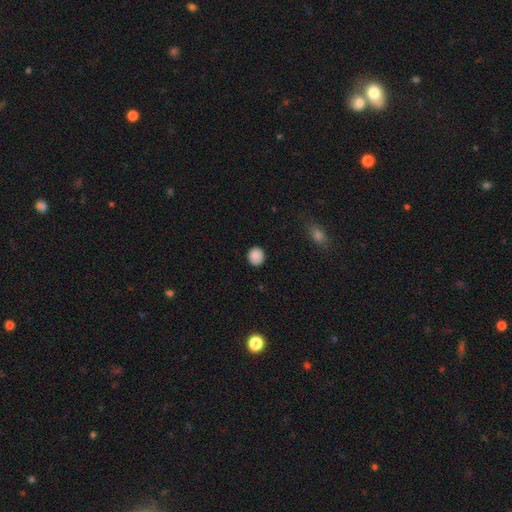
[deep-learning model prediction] Smooth or featured: smooth — 88% (star or artifact — 8%)
How rounded: round — 84% (in between — 15%)
Merging: none — 90% (minor disturbance — 7%)